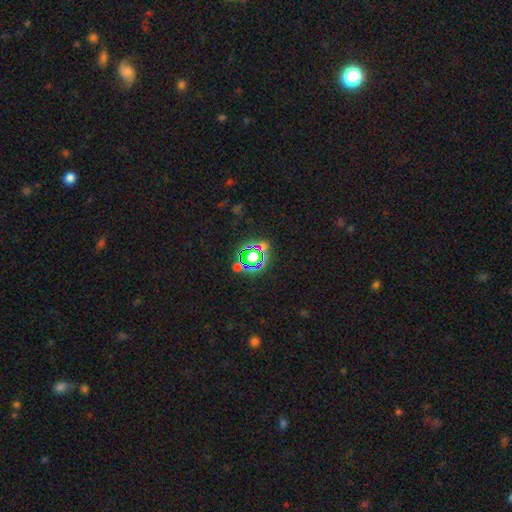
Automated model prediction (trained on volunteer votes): Smooth or featured? Predicted: star or artifact (p=0.60).